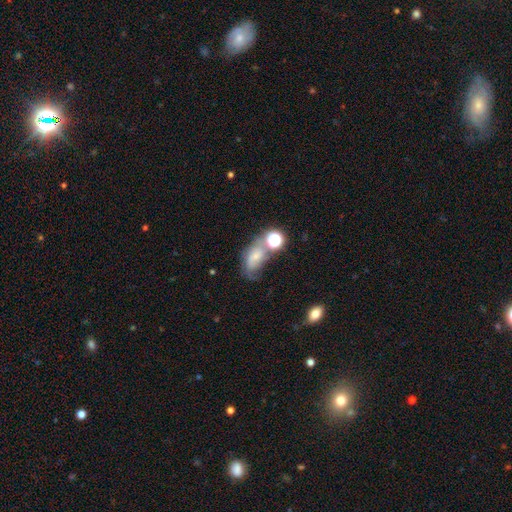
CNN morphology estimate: Q: Smooth or featured?
A: smooth (46%); runner-up: featured or disk (35%)
Q: Merging?
A: none (32%); runner-up: merger (23%)